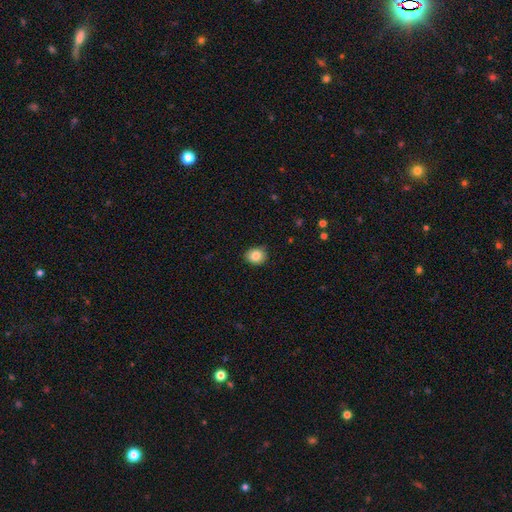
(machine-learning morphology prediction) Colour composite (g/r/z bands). It shows a smooth galaxy with no disk features (85%) that is round (61%). Merging: none (84%).